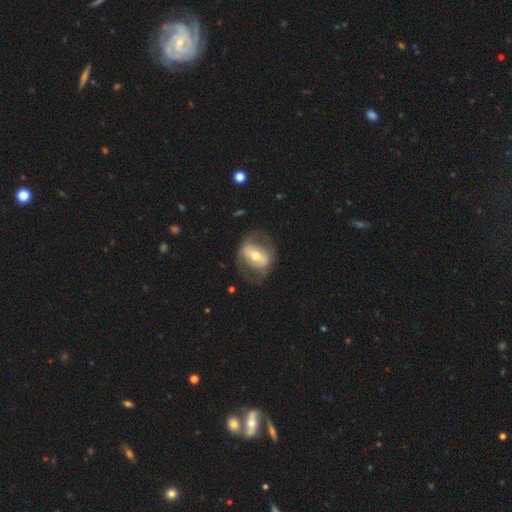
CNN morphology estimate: Smooth or featured? featured or disk (65%)
Edge-on disk? no (93%)
Bar? strong (45%)
Spiral arms? no (60%)
Bulge size? moderate (63%)
Merging? none (65%)